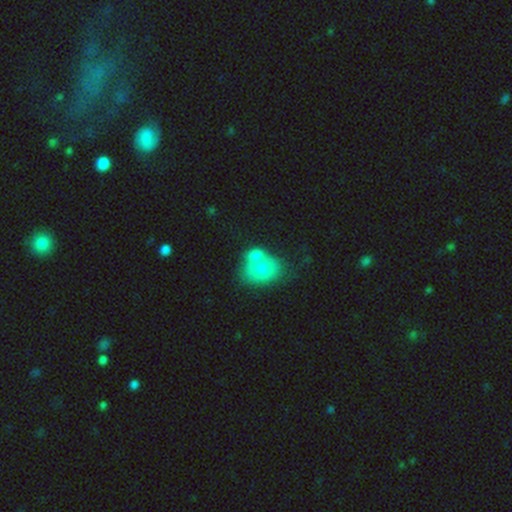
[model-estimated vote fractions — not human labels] A smooth galaxy with no disk features (65%) that is in between round and cigar-shaped (54%).

Vote fractions:
- Smooth or featured? smooth: 65% / featured or disk: 26% / star or artifact: 9%
- How rounded? in between: 54% / round: 44% / cigar-shaped: 1%
- Merging? merger: 64% / none: 21% / minor disturbance: 9% / major disturbance: 6%